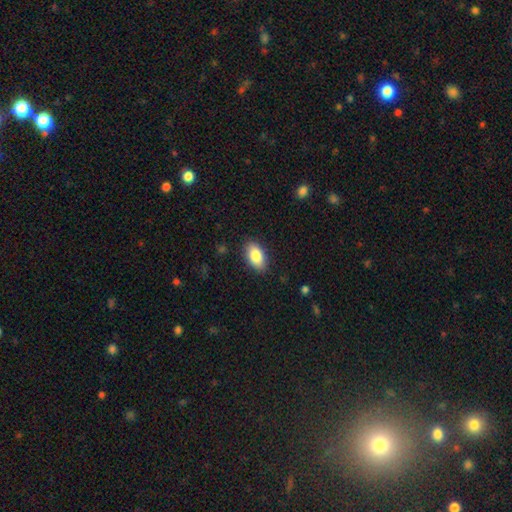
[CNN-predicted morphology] smooth 84%, featured or disk 9%, star or artifact 7%. Down the decision tree: how rounded — in between (92%); merging — none (87%).